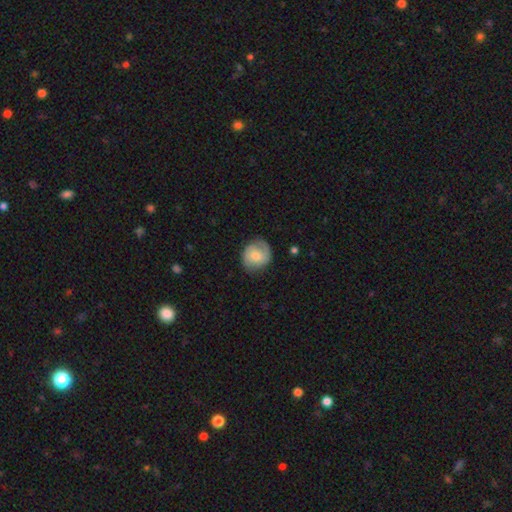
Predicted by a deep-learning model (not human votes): smooth_or_featured: smooth (p=0.55) [alt: featured or disk p=0.38]
how_rounded: round (p=0.76) [alt: in between p=0.23]
merging: none (p=0.74) [alt: minor disturbance p=0.19]